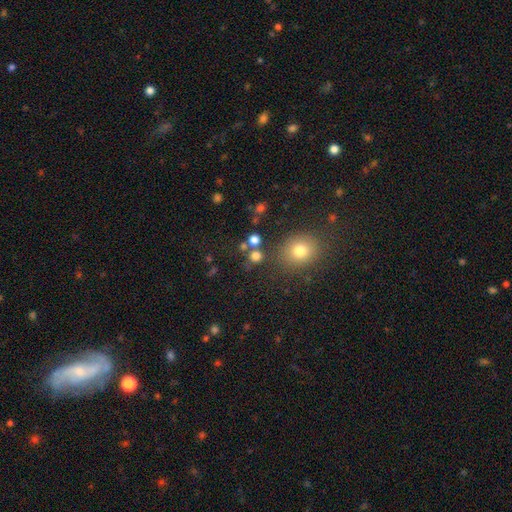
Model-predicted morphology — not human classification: Q: Smooth or featured?
A: smooth (74%); runner-up: star or artifact (18%)
Q: How rounded?
A: round (85%); runner-up: in between (14%)
Q: Merging?
A: none (70%); runner-up: merger (16%)